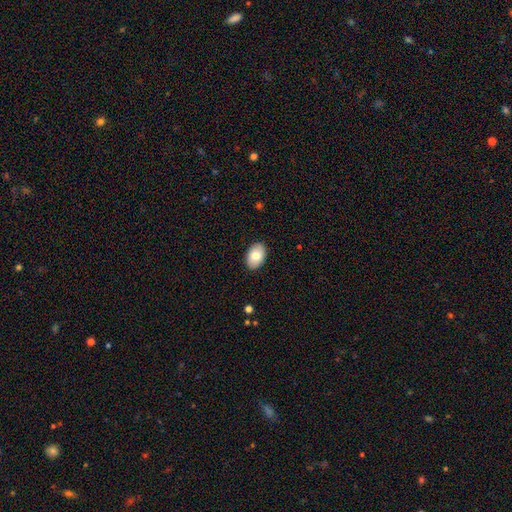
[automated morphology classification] Overall: smooth (81%). How rounded: in between (90%). Merging: none (89%).